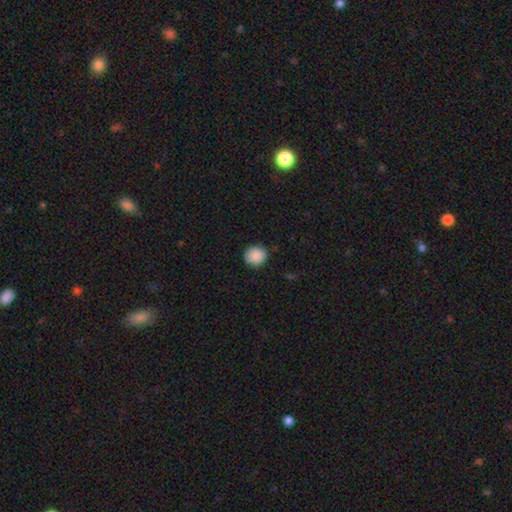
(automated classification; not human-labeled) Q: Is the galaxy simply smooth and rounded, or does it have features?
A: smooth — 89%.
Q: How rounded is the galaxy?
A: round — 85%.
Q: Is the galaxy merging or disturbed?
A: none — 88%.